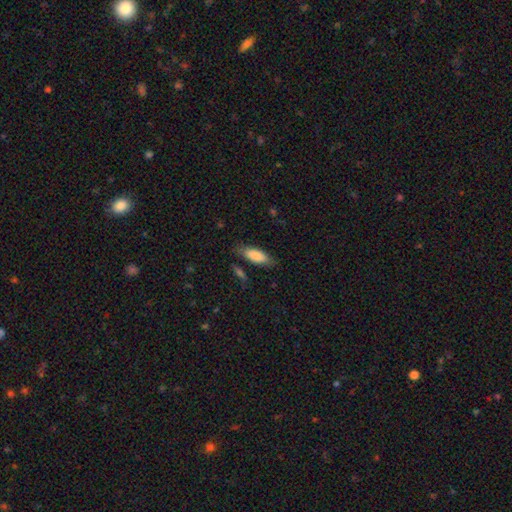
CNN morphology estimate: Smooth or featured? smooth (83%)
How rounded? in between (68%)
Merging? none (77%)